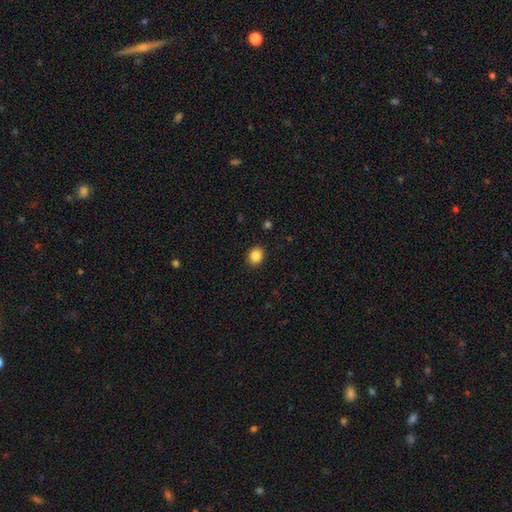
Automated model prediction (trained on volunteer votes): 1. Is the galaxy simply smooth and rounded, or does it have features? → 86% smooth, 10% star or artifact, 4% featured or disk.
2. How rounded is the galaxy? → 66% round, 34% in between, 1% cigar-shaped.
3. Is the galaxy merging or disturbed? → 91% none, 6% minor disturbance, 2% major disturbance, 1% merger.